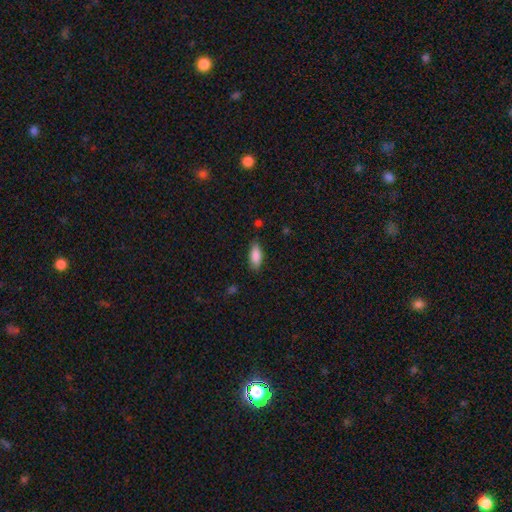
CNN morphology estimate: smooth_or_featured: smooth (p=0.87) [alt: featured or disk p=0.07]
how_rounded: in between (p=0.81) [alt: cigar-shaped p=0.17]
merging: none (p=0.83) [alt: minor disturbance p=0.13]